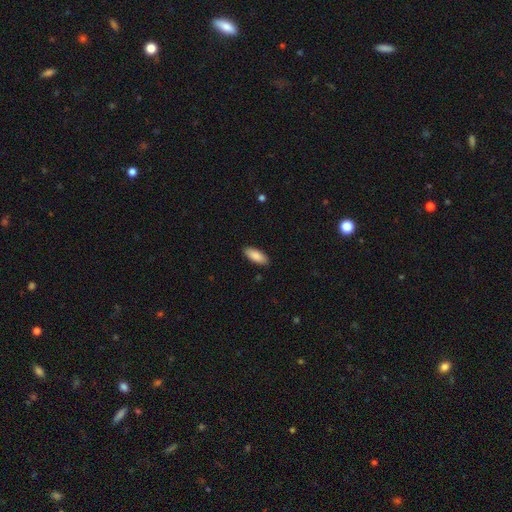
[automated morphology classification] smooth-or-featured: smooth: 89% | featured or disk: 6% | star or artifact: 6%
  how-rounded: in between: 81% | cigar-shaped: 18% | round: 2%
  merging: none: 89% | minor disturbance: 8% | major disturbance: 2% | merger: 1%